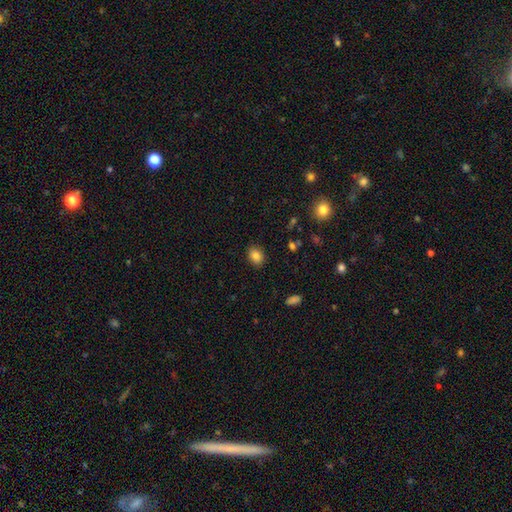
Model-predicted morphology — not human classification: Smooth or featured?
  - smooth: 84% *
  - star or artifact: 10%
  - featured or disk: 6%
How rounded?
  - in between: 66% *
  - round: 33%
  - cigar-shaped: 1%
Merging?
  - none: 87% *
  - minor disturbance: 9%
  - major disturbance: 3%
  - merger: 1%